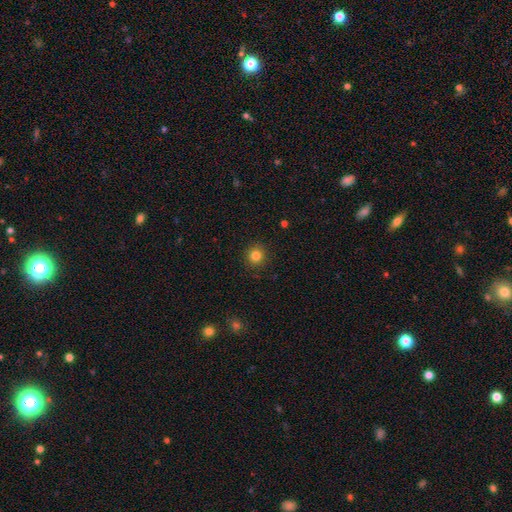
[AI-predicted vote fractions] Morphology: type=smooth (82%); roundness=round (93%); merging=none (91%).